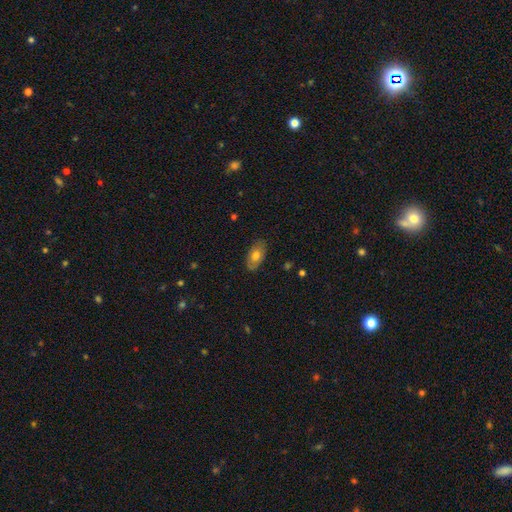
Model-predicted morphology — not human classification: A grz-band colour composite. It shows a smooth galaxy with no disk features (63%) that is in between round and cigar-shaped (92%). Merging: none (83%).